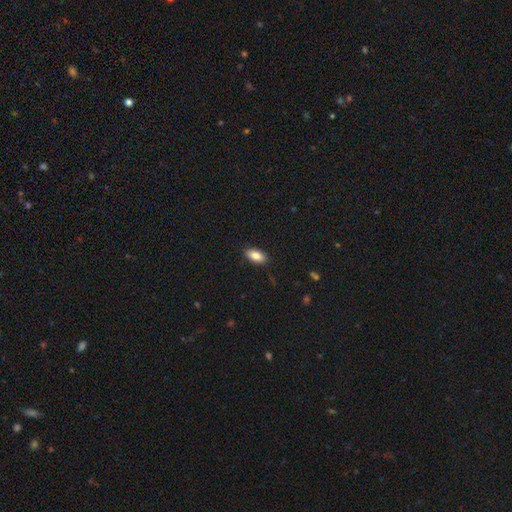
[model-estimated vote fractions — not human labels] This appears to be a smooth galaxy with no disk features (86%) that is in between round and cigar-shaped (90%). Merging: none (89%).